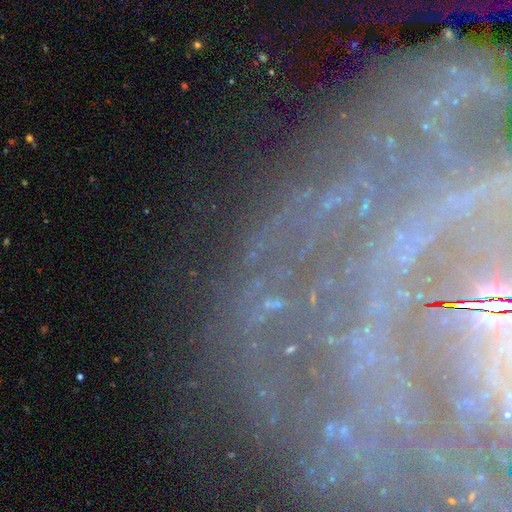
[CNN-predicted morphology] Overall: featured or disk (57%; star or artifact 29%). Edge-on disk: no (86%). Merging: none (73%).